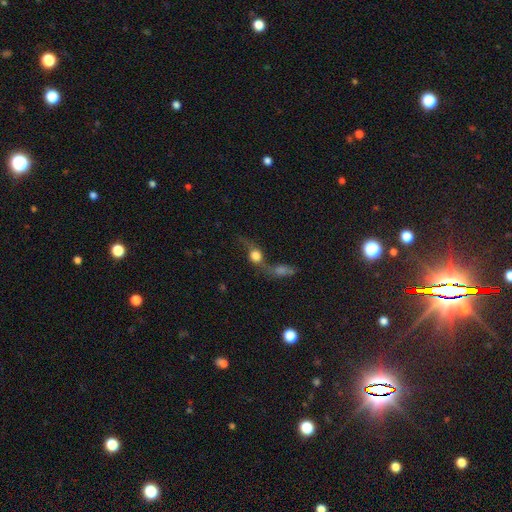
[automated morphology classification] Smooth or featured? smooth (50%)
Merging? merger (51%)